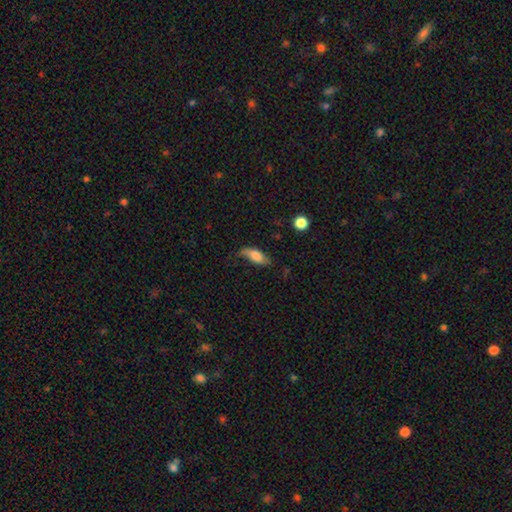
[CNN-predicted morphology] smooth-or-featured: smooth: 69% | featured or disk: 23% | star or artifact: 8%
  how-rounded: in between: 81% | cigar-shaped: 16% | round: 4%
  merging: none: 49% | minor disturbance: 33% | major disturbance: 15% | merger: 3%